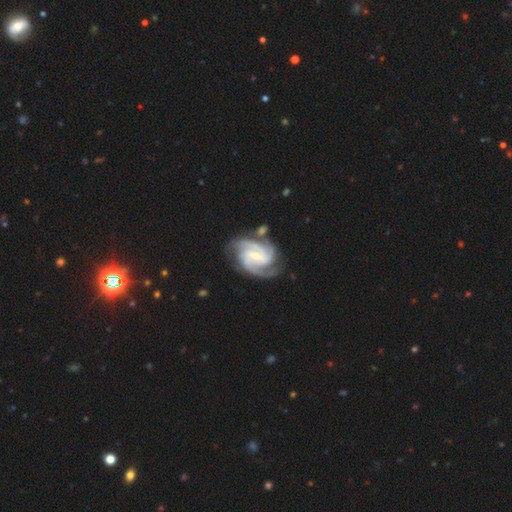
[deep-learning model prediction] featured or disk 92%, smooth 4%, star or artifact 4%. Down the decision tree: edge-on disk — no (98%); bar — weak (50%); spiral arms — yes (98%); spiral arm count — 3 (48%); spiral winding — tight (47%); bulge size — small (65%); merging — none (69%).